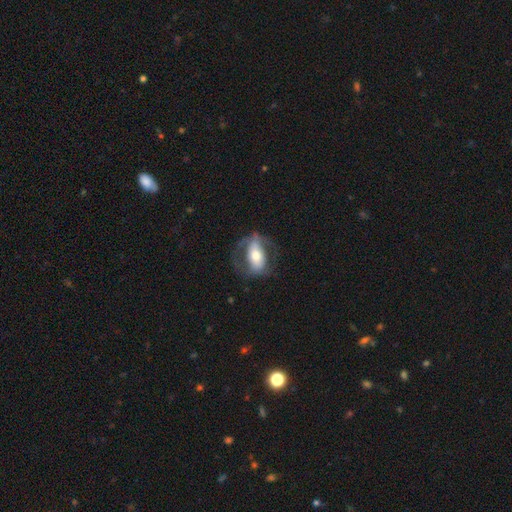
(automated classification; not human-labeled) featured or disk 55%, smooth 39%, star or artifact 6%. Down the decision tree: edge-on disk — no (87%); merging — none (61%).